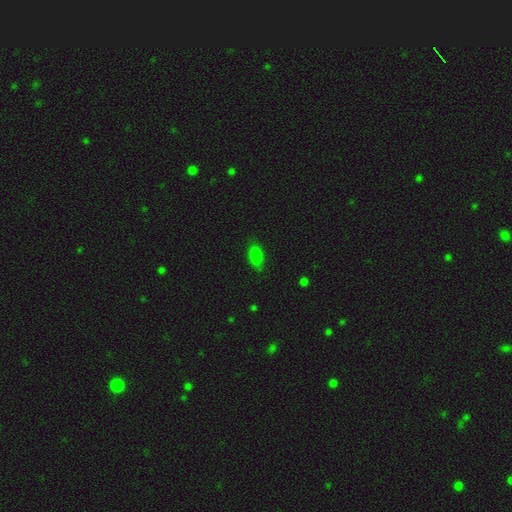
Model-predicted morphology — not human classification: Smooth or featured?
  - smooth: 83% *
  - star or artifact: 12%
  - featured or disk: 5%
How rounded?
  - in between: 89% *
  - cigar-shaped: 6%
  - round: 5%
Merging?
  - none: 81% *
  - minor disturbance: 14%
  - major disturbance: 3%
  - merger: 1%